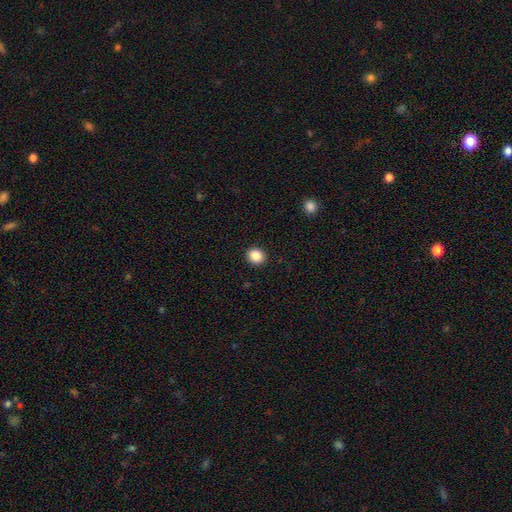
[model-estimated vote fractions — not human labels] Q: Smooth or featured?
A: smooth (87%); runner-up: star or artifact (9%)
Q: How rounded?
A: round (72%); runner-up: in between (27%)
Q: Merging?
A: none (92%); runner-up: minor disturbance (6%)